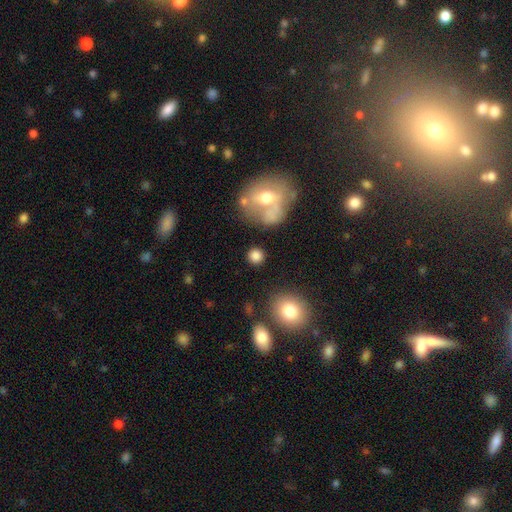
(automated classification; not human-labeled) Morphology: type=smooth (81%); roundness=round (87%); merging=none (79%).